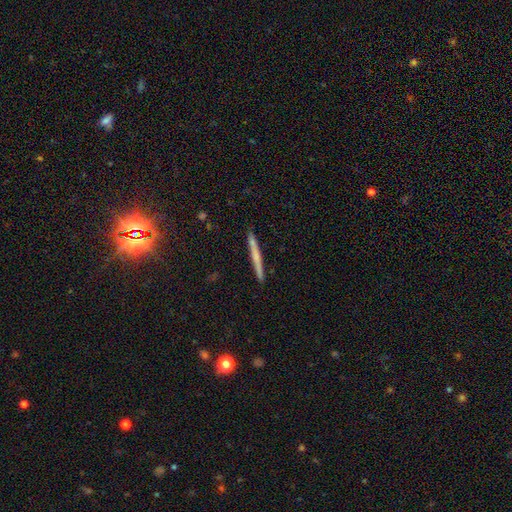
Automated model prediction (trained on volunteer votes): Smooth or featured? Predicted: featured or disk (p=0.46). Merging? Predicted: none (p=0.90).